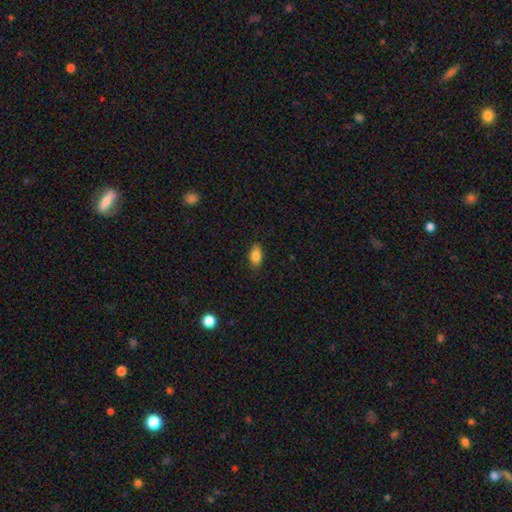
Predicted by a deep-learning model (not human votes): The model was most divided on "merging": none: 83%, minor disturbance: 13%, major disturbance: 3%, merger: 1%. More confident: how rounded — in between (89%); smooth or featured — smooth (85%).